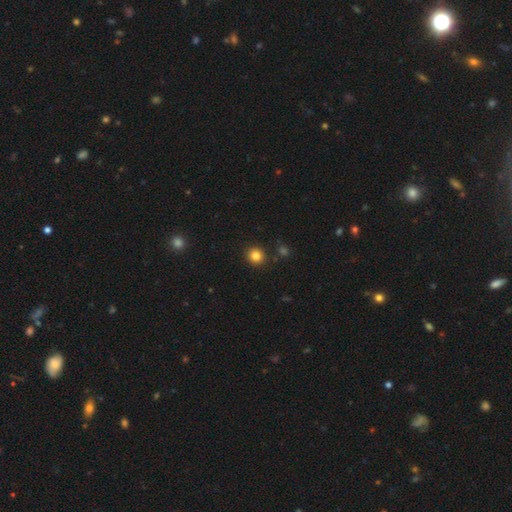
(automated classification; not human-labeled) A smooth galaxy with no disk features (83%) that is round (88%).

Vote fractions:
- Smooth or featured? smooth: 83% / star or artifact: 12% / featured or disk: 5%
- How rounded? round: 88% / in between: 11% / cigar-shaped: 1%
- Merging? none: 89% / minor disturbance: 6% / merger: 3% / major disturbance: 2%